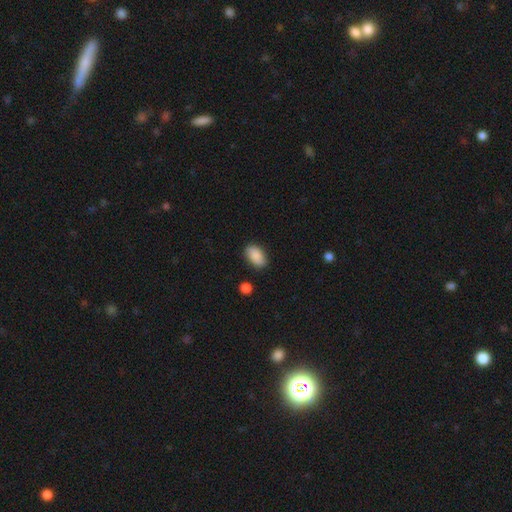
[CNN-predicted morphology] Smooth or featured? Predicted: smooth (p=0.88). How rounded? Predicted: in between (p=0.92). Merging? Predicted: none (p=0.83).